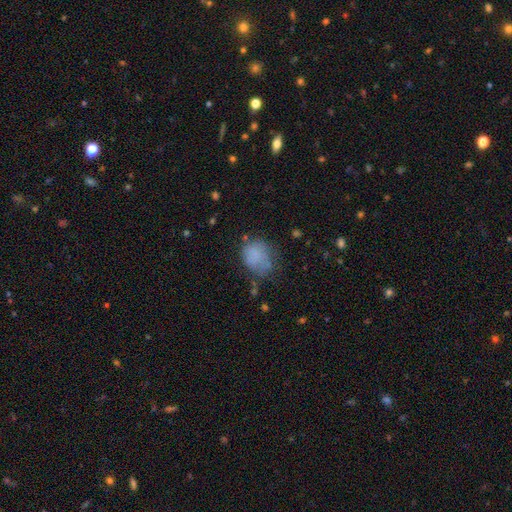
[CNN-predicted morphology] type=smooth (73%); roundness=round (57%); merging=none (48%).